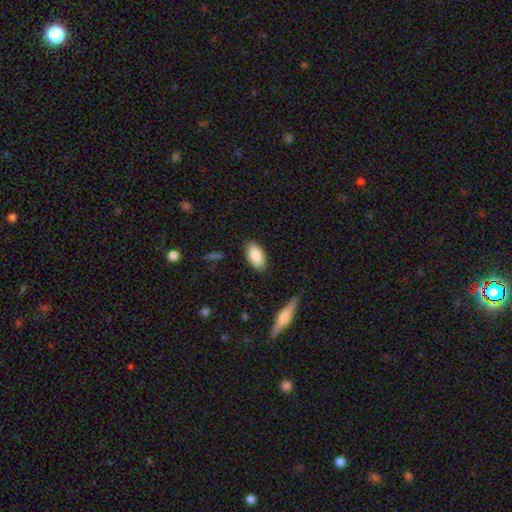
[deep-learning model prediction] Smooth or featured? Predicted: smooth (p=0.86). How rounded? Predicted: in between (p=0.93). Merging? Predicted: none (p=0.86).